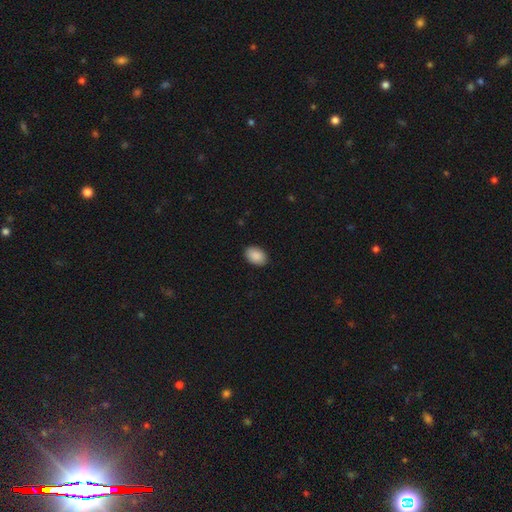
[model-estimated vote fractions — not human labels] smooth_or_featured: smooth (p=0.91) [alt: star or artifact p=0.07]
how_rounded: in between (p=0.87) [alt: round p=0.12]
merging: none (p=0.89) [alt: minor disturbance p=0.08]